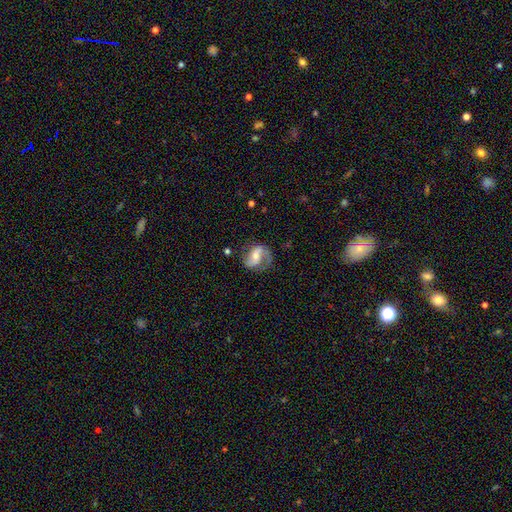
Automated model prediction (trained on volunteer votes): featured or disk 78%, smooth 15%, star or artifact 6%. Down the decision tree: edge-on disk — no (97%); bar — weak (39%); spiral arms — yes (93%); spiral arm count — 2 (77%); spiral winding — medium (47%); bulge size — moderate (54%); merging — none (66%).